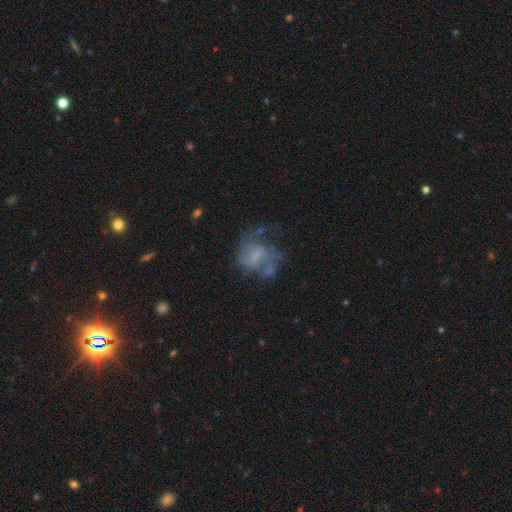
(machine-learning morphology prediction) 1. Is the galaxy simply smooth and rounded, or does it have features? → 56% featured or disk, 33% smooth, 12% star or artifact.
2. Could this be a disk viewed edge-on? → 98% no, 2% yes.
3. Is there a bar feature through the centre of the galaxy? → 55% no, 35% weak, 10% strong.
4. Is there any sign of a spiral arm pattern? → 55% yes, 45% no.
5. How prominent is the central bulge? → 52% none, 23% small, 18% moderate, 5% large, 1% dominant.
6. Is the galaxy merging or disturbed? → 34% none (tied), 34% major disturbance (tied), 21% minor disturbance, 11% merger.